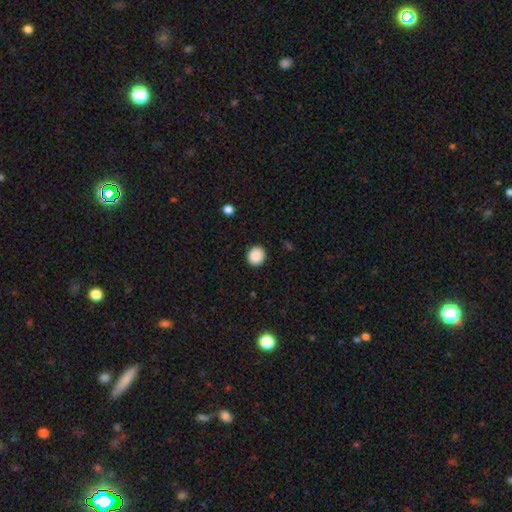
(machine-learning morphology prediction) This is clearly a smooth galaxy (89%). How rounded: clearly round (81%). Merging: clearly none (91%).